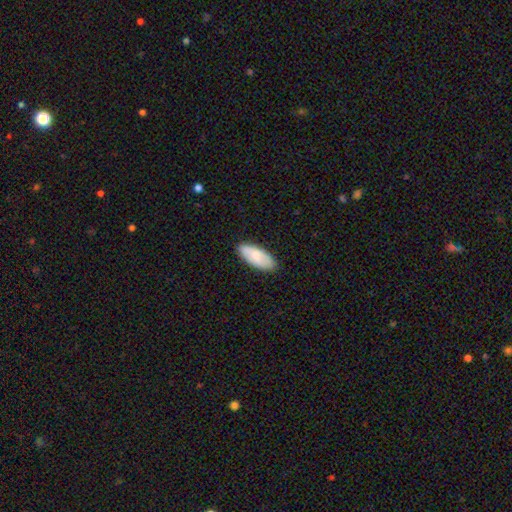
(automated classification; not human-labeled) A smooth galaxy with no disk features (79%) that is in between round and cigar-shaped (85%).

Vote fractions:
- Smooth or featured? smooth: 79% / featured or disk: 15% / star or artifact: 6%
- How rounded? in between: 85% / cigar-shaped: 13% / round: 2%
- Merging? none: 84% / minor disturbance: 12% / major disturbance: 2% / merger: 1%